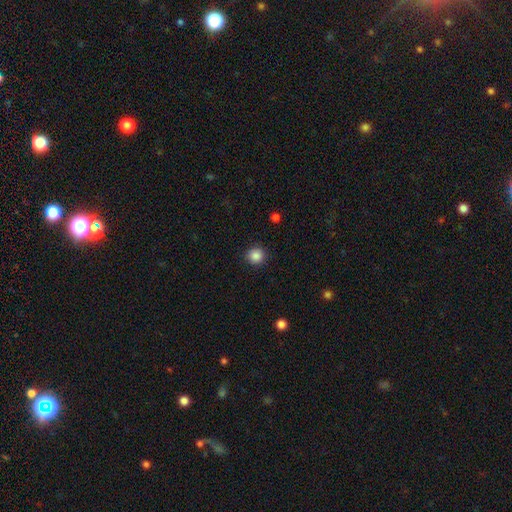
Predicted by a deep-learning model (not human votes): Q: Smooth or featured?
A: smooth (87%); runner-up: star or artifact (10%)
Q: How rounded?
A: round (92%); runner-up: in between (7%)
Q: Merging?
A: none (90%); runner-up: minor disturbance (7%)